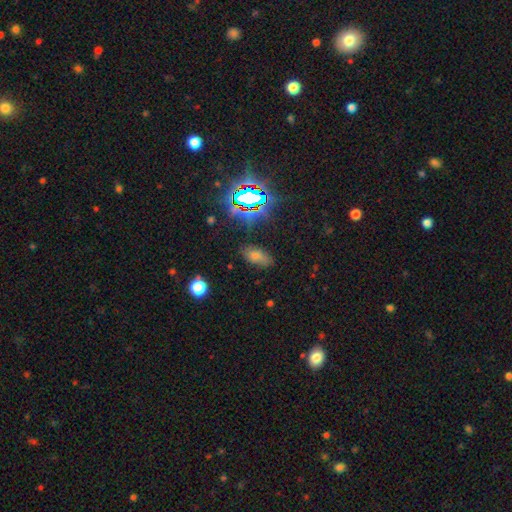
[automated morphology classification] Overall: smooth (50%; star or artifact 36%). How rounded: in between (82%). Merging: none (78%).